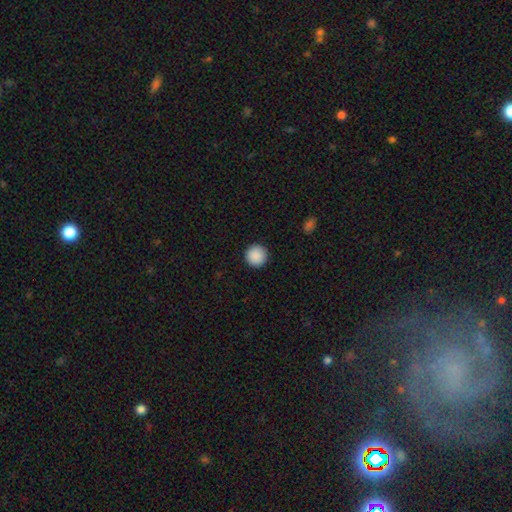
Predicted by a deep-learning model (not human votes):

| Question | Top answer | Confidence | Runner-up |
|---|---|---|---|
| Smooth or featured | smooth | 90% | star or artifact (8%) |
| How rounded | round | 97% | in between (2%) |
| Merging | none | 93% | minor disturbance (4%) |